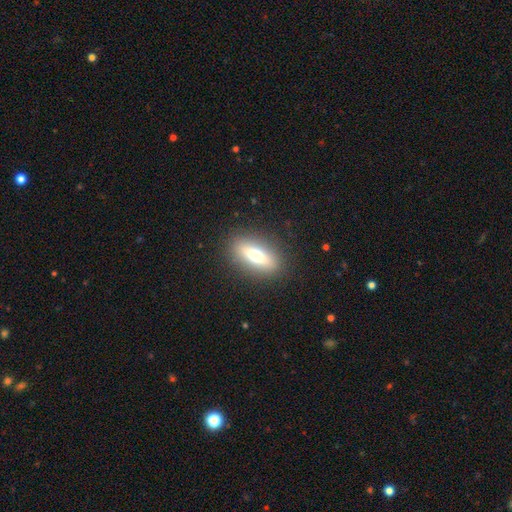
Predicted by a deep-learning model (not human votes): Smooth or featured? Predicted: smooth (p=0.60). How rounded? Predicted: in between (p=0.68). Merging? Predicted: none (p=0.87).